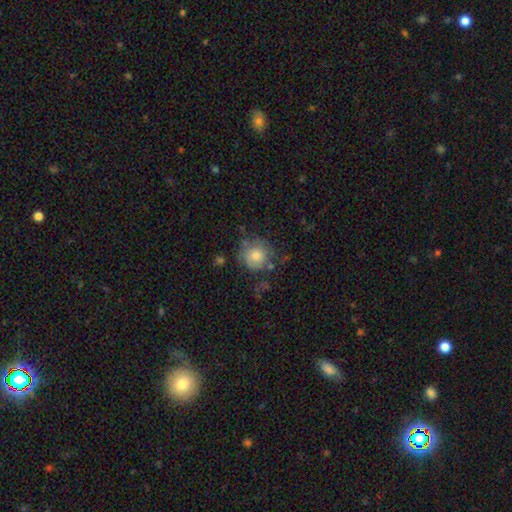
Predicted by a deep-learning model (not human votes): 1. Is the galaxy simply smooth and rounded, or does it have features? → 68% smooth, 23% featured or disk, 9% star or artifact.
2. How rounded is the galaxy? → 87% round, 12% in between, 1% cigar-shaped.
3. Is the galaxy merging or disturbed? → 59% none, 24% minor disturbance, 12% major disturbance, 5% merger.